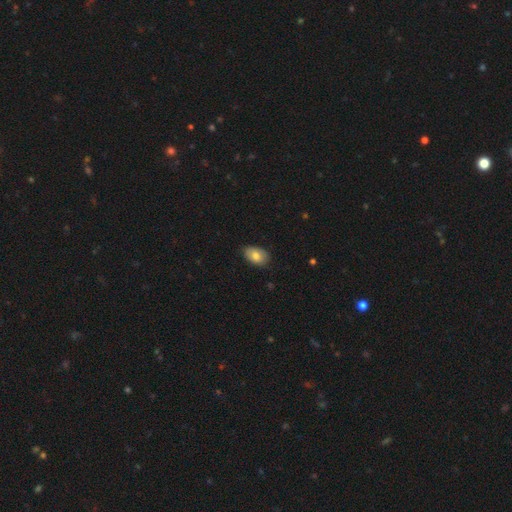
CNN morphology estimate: type=smooth (78%); roundness=in between (89%); merging=none (81%).